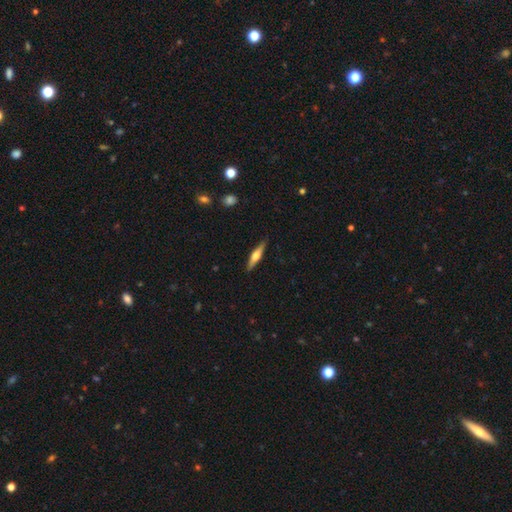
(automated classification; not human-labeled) smooth_or_featured: featured or disk (p=0.59) [alt: smooth p=0.36]
disk_edge_on: yes (p=0.96) [alt: no p=0.04]
edge_on_bulge: rounded (p=0.90) [alt: boxy p=0.07]
merging: none (p=0.89) [alt: minor disturbance p=0.09]